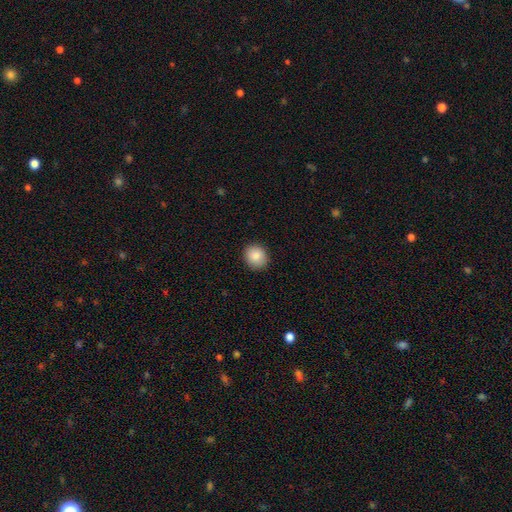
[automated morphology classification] type=smooth (86%); roundness=round (78%); merging=none (91%).